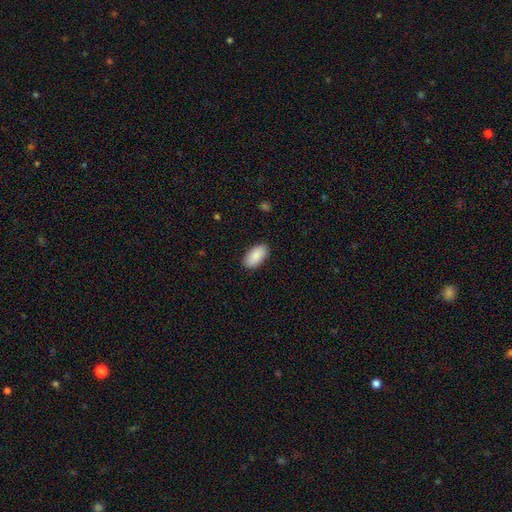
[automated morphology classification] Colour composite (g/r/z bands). It shows a smooth galaxy with no disk features (89%) that is in between round and cigar-shaped (95%). Merging: none (89%).